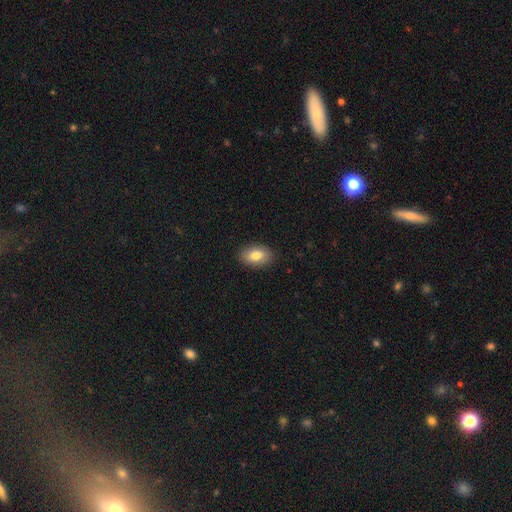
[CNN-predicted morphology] A smooth galaxy with no disk features (80%) that is in between round and cigar-shaped (88%).

Vote fractions:
- Smooth or featured? smooth: 80% / featured or disk: 12% / star or artifact: 7%
- How rounded? in between: 88% / round: 10% / cigar-shaped: 2%
- Merging? none: 89% / minor disturbance: 8% / major disturbance: 2% / merger: 1%